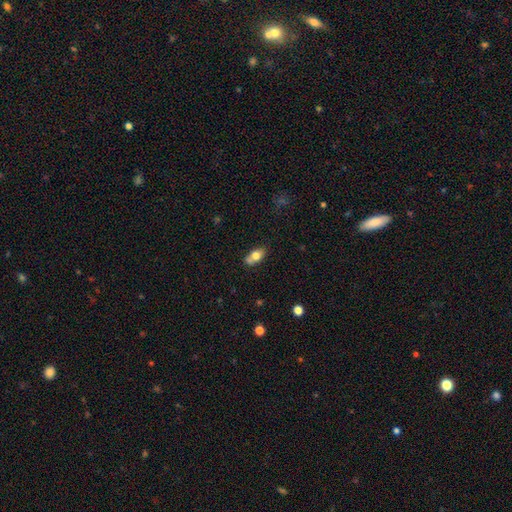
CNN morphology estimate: Smooth or featured?
  - smooth: 72% *
  - featured or disk: 20%
  - star or artifact: 8%
How rounded?
  - in between: 84% *
  - round: 10%
  - cigar-shaped: 7%
Merging?
  - none: 55% *
  - merger: 21%
  - minor disturbance: 19%
  - major disturbance: 5%